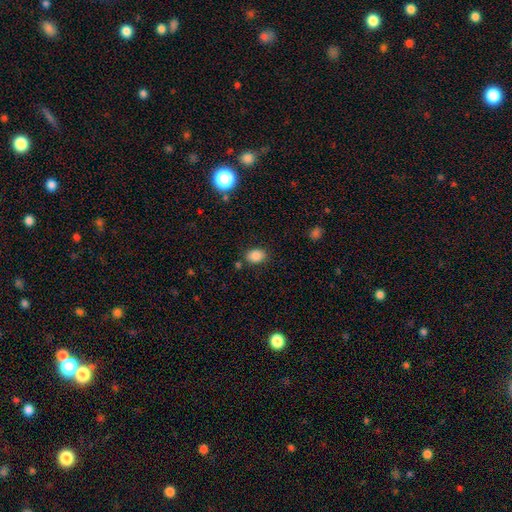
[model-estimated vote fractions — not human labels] smooth-or-featured: smooth: 84% | star or artifact: 9% | featured or disk: 6%
  how-rounded: in between: 78% | round: 20% | cigar-shaped: 1%
  merging: none: 81% | minor disturbance: 12% | merger: 4% | major disturbance: 3%